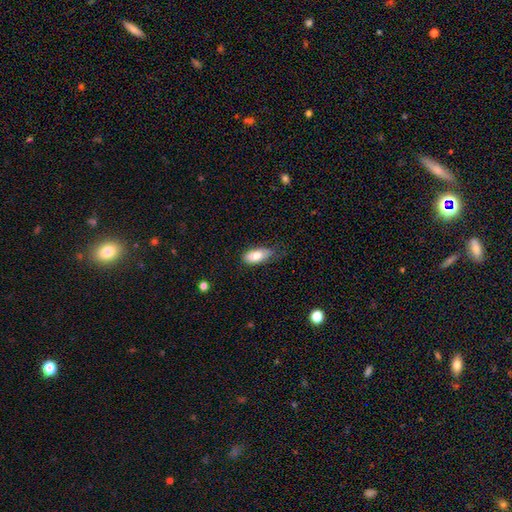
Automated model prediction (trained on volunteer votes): Smooth or featured: smooth — 81% (featured or disk — 12%)
How rounded: in between — 88% (cigar-shaped — 10%)
Merging: none — 55% (minor disturbance — 33%)